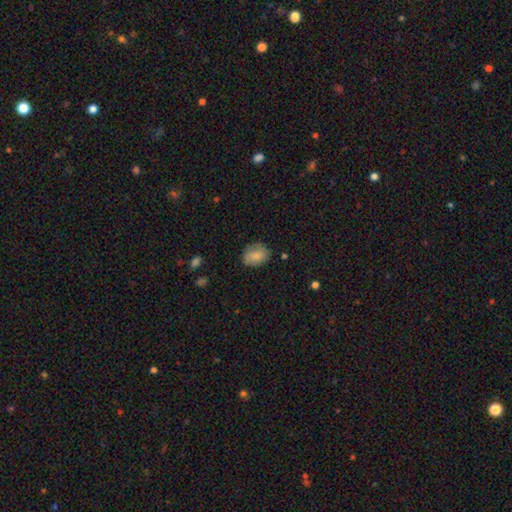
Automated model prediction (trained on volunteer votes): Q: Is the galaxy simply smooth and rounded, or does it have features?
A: smooth — 79%.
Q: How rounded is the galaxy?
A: in between — 56%.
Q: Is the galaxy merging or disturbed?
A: none — 71%.